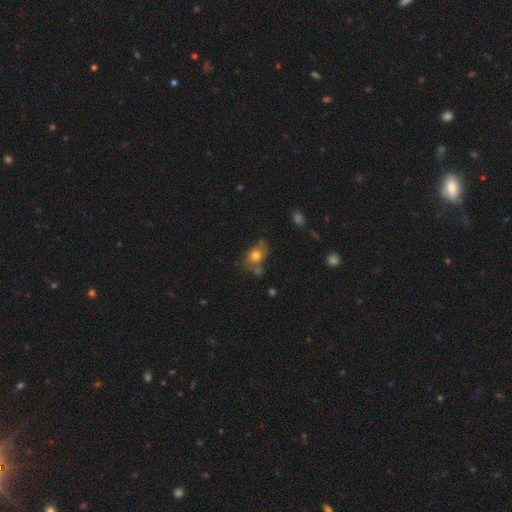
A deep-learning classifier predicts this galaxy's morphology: Overall: smooth (68%). How rounded: in between (73%). Merging: none (50%; minor disturbance 25%).